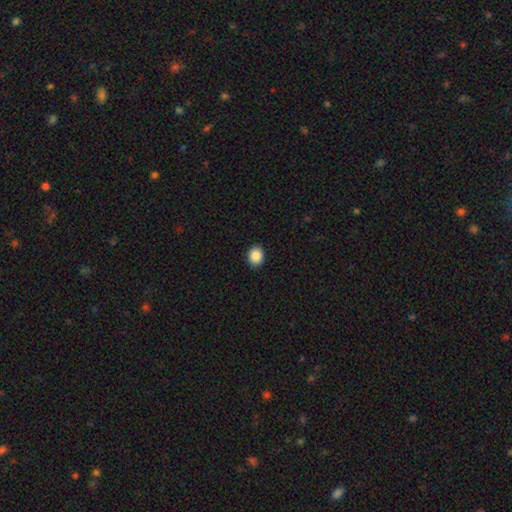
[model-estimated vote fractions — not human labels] This is clearly a smooth galaxy (88%). How rounded: possibly round (60%). Merging: clearly none (91%).